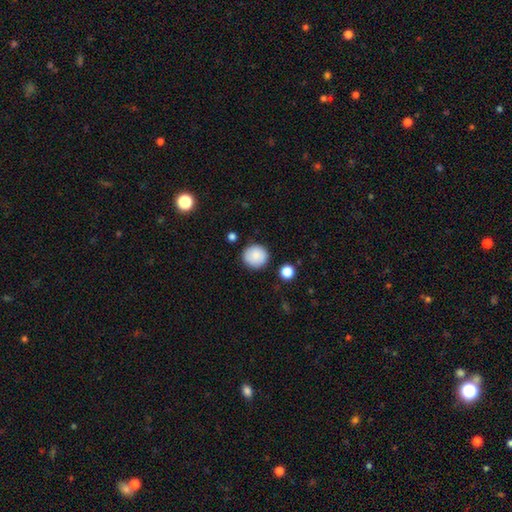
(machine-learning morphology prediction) The model was most divided on "merging": none: 86%, minor disturbance: 9%, major disturbance: 2%, merger: 2%. More confident: how rounded — round (92%); smooth or featured — smooth (85%).